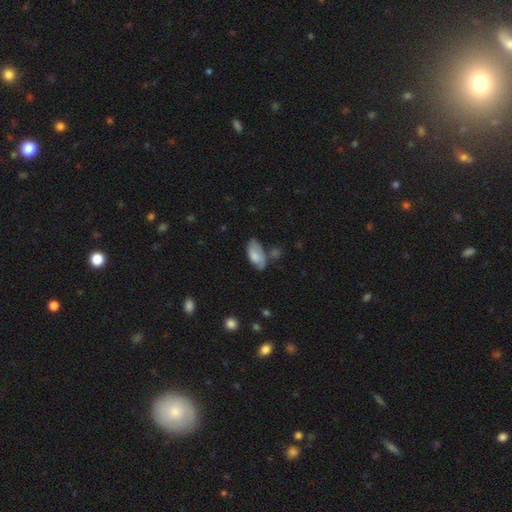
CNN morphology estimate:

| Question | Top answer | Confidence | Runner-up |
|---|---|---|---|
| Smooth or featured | smooth | 66% | featured or disk (27%) |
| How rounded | in between | 92% | cigar-shaped (5%) |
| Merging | none | 53% | minor disturbance (27%) |